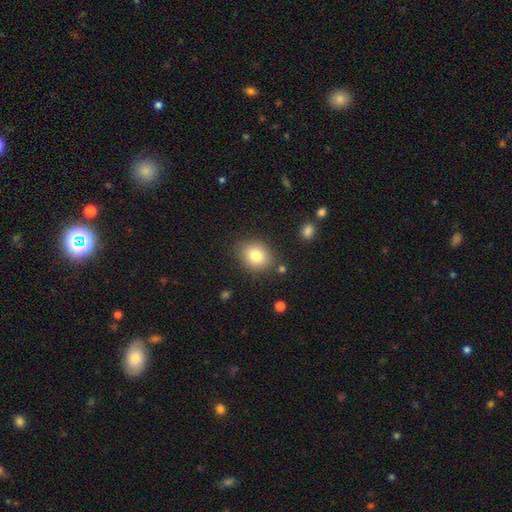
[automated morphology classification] Smooth or featured? Predicted: smooth (p=0.81). How rounded? Predicted: round (p=0.52). Merging? Predicted: none (p=0.83).